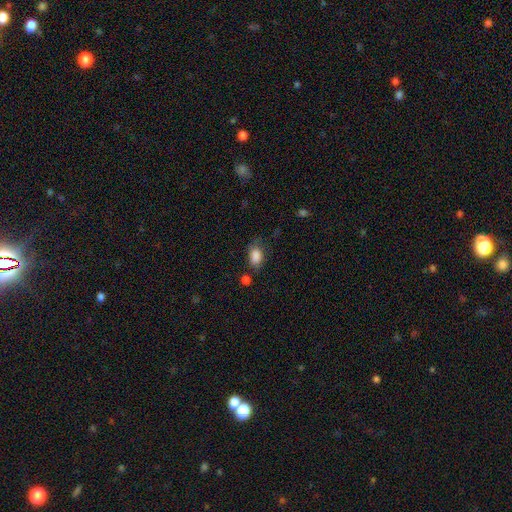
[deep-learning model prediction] Smooth or featured? smooth (86%)
How rounded? in between (83%)
Merging? none (61%)